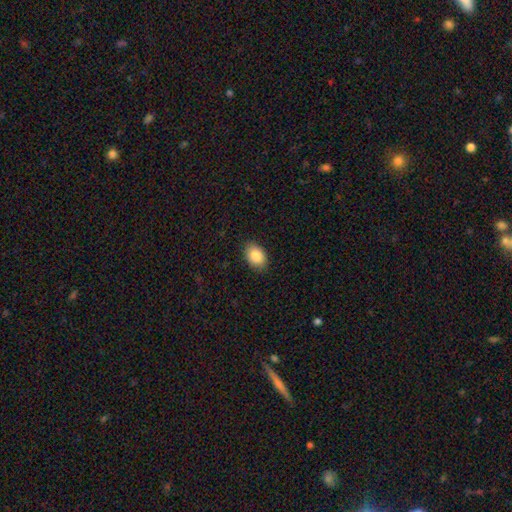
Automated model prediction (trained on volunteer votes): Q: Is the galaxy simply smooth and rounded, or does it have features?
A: smooth — 87%.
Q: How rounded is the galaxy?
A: in between — 83%.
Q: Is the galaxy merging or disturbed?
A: none — 88%.